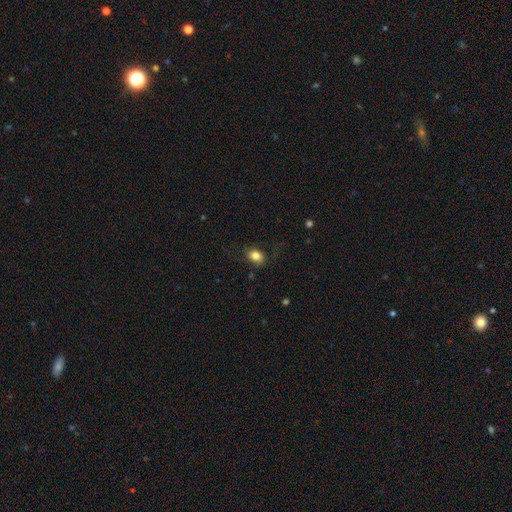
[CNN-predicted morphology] smooth-or-featured: smooth: 82% | star or artifact: 10% | featured or disk: 8%
  how-rounded: in between: 62% | round: 37% | cigar-shaped: 1%
  merging: none: 73% | minor disturbance: 18% | major disturbance: 8% | merger: 1%